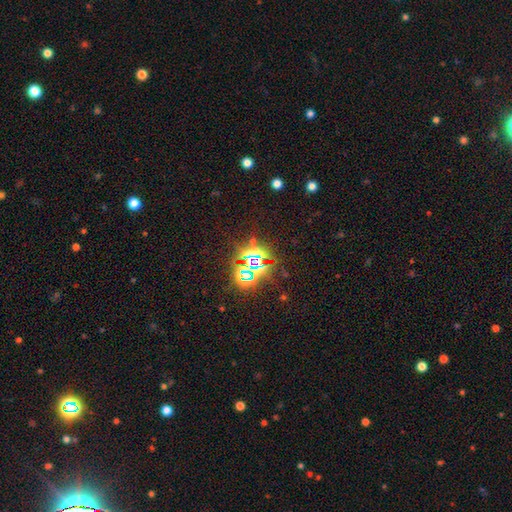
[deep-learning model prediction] Morphology: type=star or artifact (81%).